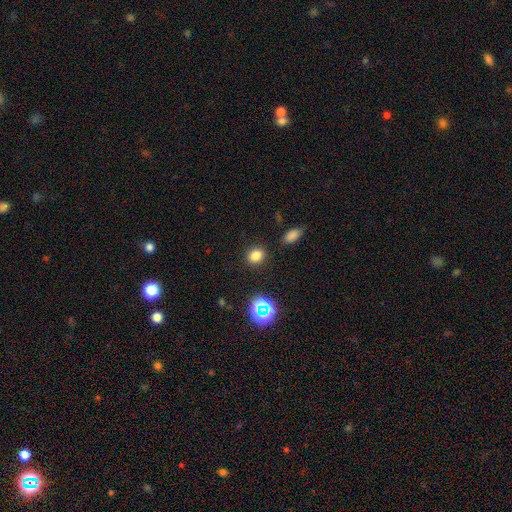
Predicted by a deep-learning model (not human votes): Smooth or featured? Predicted: smooth (p=0.78). How rounded? Predicted: round (p=0.55). Merging? Predicted: none (p=0.87).